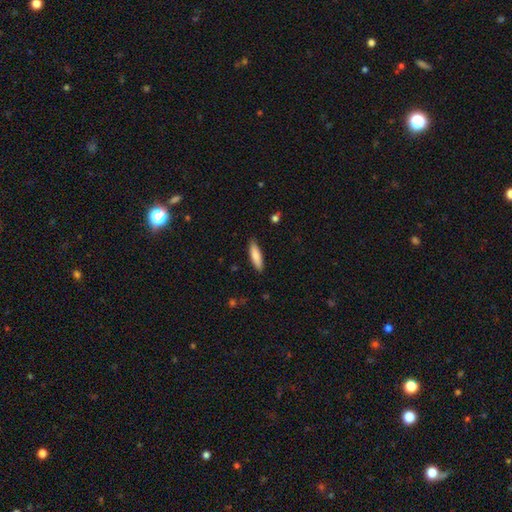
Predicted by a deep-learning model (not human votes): A smooth galaxy with no disk features (81%) that is cigar-shaped (64%).

Vote fractions:
- Smooth or featured? smooth: 81% / featured or disk: 13% / star or artifact: 6%
- How rounded? cigar-shaped: 64% / in between: 35% / round: 1%
- Merging? none: 87% / minor disturbance: 10% / major disturbance: 2% / merger: 1%